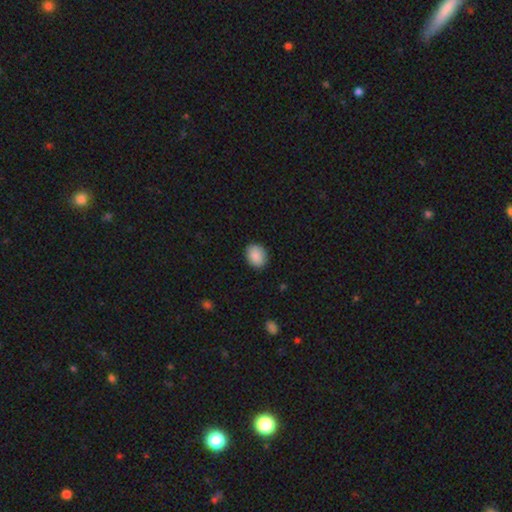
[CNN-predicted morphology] Smooth or featured?
  - smooth: 89% *
  - star or artifact: 7%
  - featured or disk: 4%
How rounded?
  - in between: 52% *
  - round: 47%
  - cigar-shaped: 1%
Merging?
  - none: 88% *
  - minor disturbance: 9%
  - major disturbance: 2%
  - merger: 1%